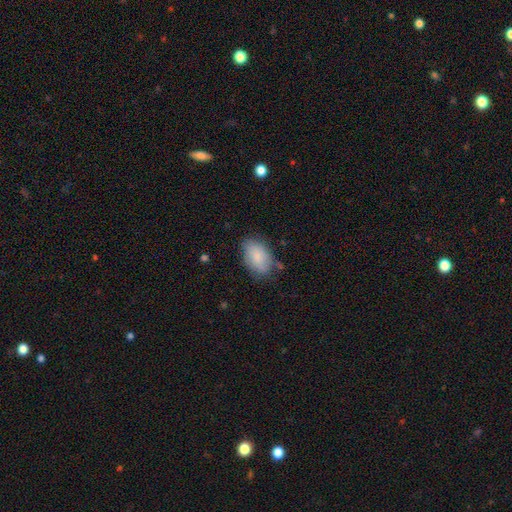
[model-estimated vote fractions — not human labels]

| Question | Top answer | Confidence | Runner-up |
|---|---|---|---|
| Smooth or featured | smooth | 83% | featured or disk (10%) |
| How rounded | in between | 91% | round (7%) |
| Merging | none | 71% | minor disturbance (22%) |